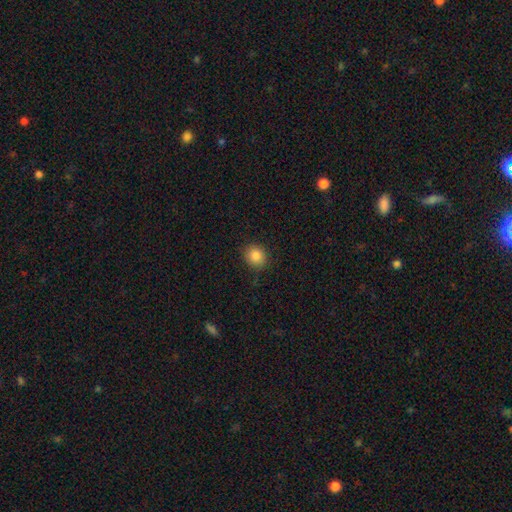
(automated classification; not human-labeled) Smooth or featured? Predicted: smooth (p=0.85). How rounded? Predicted: round (p=0.75). Merging? Predicted: none (p=0.87).